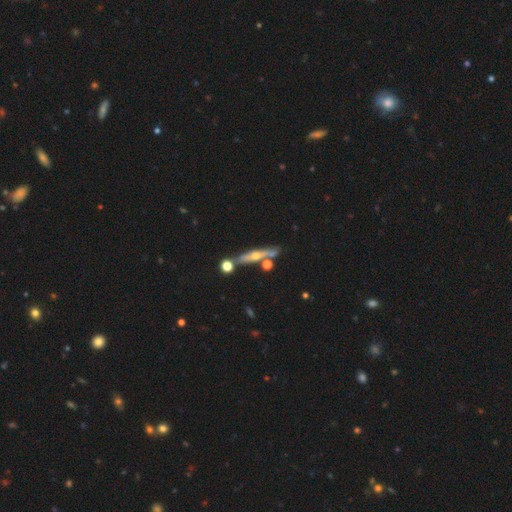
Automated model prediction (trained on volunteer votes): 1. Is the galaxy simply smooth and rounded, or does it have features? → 66% featured or disk, 26% smooth, 8% star or artifact.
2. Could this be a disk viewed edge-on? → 90% yes, 10% no.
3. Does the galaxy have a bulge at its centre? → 87% rounded, 10% none, 3% boxy.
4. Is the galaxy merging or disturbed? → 75% none, 11% minor disturbance, 11% merger, 3% major disturbance.